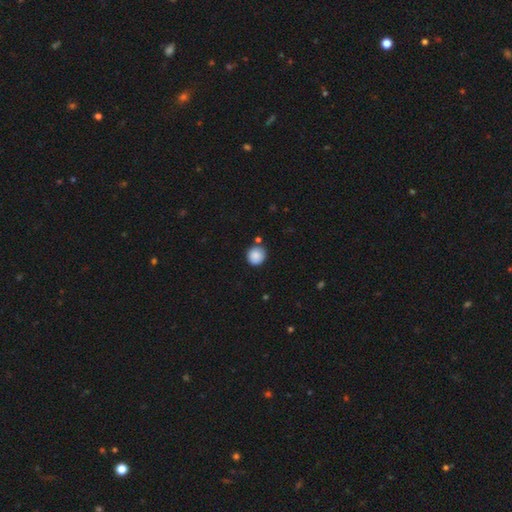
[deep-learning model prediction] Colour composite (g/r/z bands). It shows a smooth galaxy with no disk features (88%) that is round (92%). Merging: none (81%).